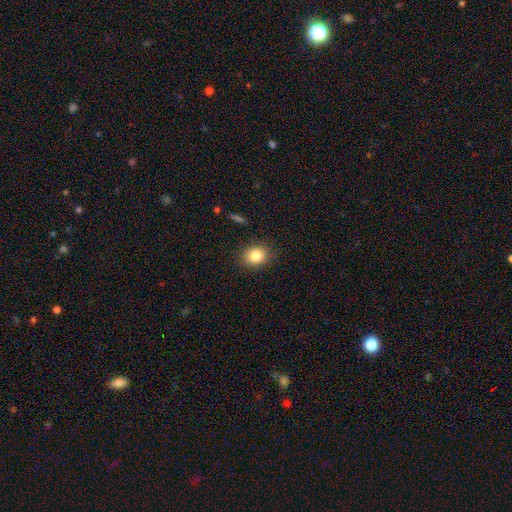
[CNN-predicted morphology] This is clearly a smooth galaxy (83%). How rounded: possibly round (57%). Merging: clearly none (87%).